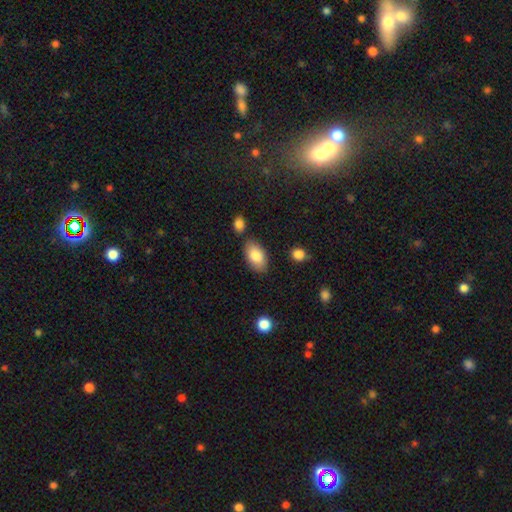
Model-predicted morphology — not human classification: This appears to be a smooth galaxy with no disk features (84%) that is in between round and cigar-shaped (94%). Merging: none (79%).